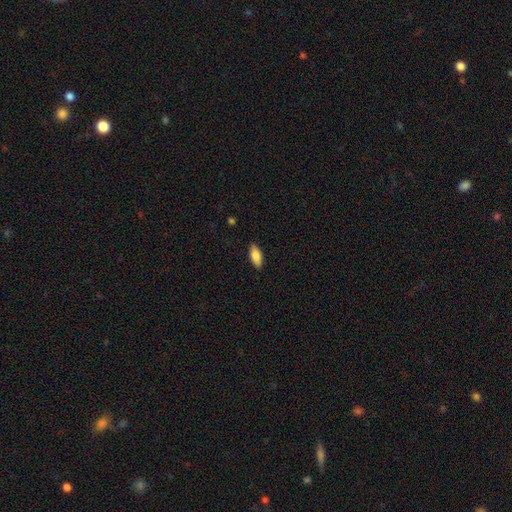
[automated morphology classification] A smooth galaxy with no disk features (85%) that is in between round and cigar-shaped (84%). Merging: none (88%).